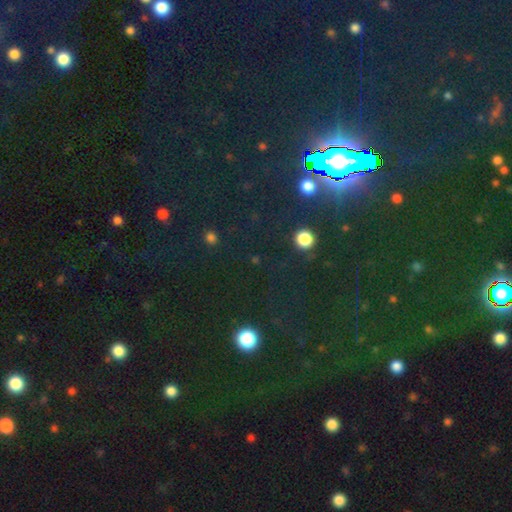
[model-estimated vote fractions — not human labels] This is likely a star or artifact rather than a galaxy (77%).